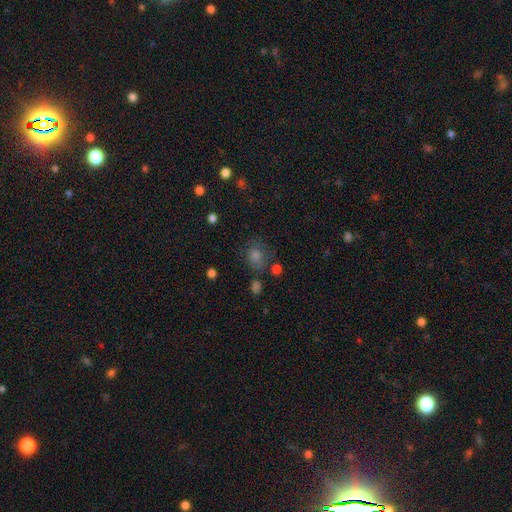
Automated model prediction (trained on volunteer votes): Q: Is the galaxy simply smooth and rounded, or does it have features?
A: smooth — 58%.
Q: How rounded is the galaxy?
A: round — 61%.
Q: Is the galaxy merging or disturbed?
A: none — 68%.